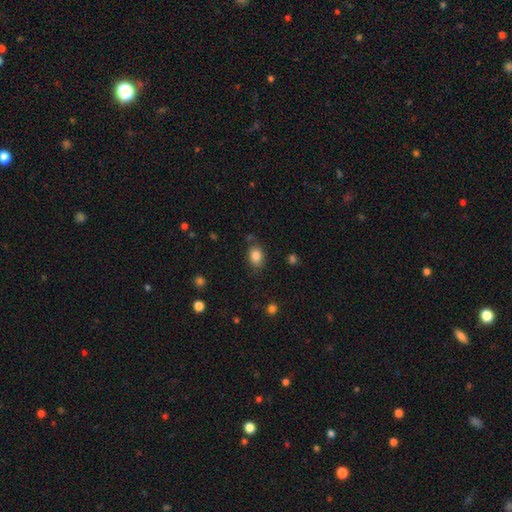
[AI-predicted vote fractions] The model was most divided on "how rounded": in between: 66%, round: 33%, cigar-shaped: 1%. More confident: smooth or featured — smooth (84%); merging — none (76%).